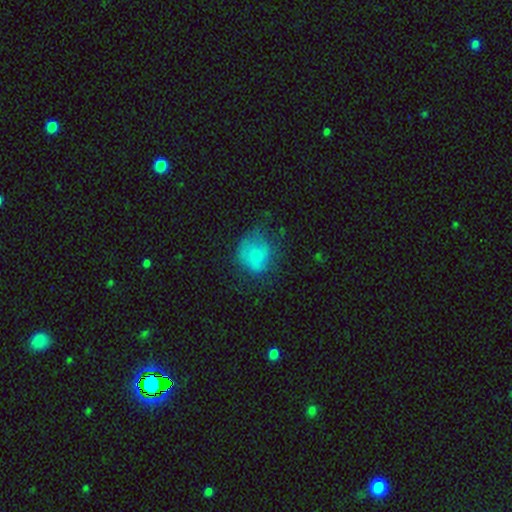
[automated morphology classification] Smooth or featured? Predicted: smooth (p=0.63). How rounded? Predicted: round (p=0.66). Merging? Predicted: none (p=0.45).